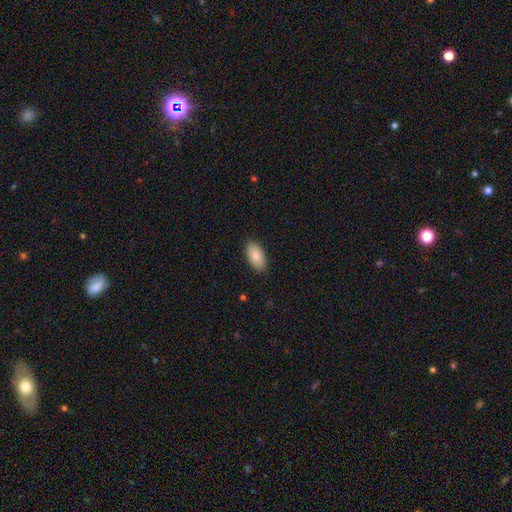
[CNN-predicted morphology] Smooth or featured?
  - smooth: 86% *
  - featured or disk: 8%
  - star or artifact: 6%
How rounded?
  - in between: 94% *
  - round: 3%
  - cigar-shaped: 3%
Merging?
  - none: 88% *
  - minor disturbance: 9%
  - major disturbance: 2%
  - merger: 1%